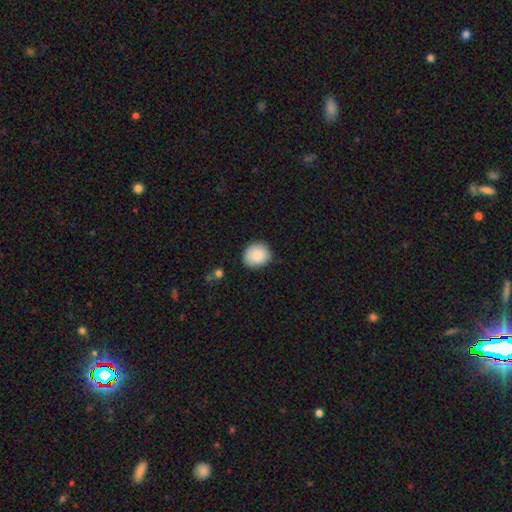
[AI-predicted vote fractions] This is clearly a smooth galaxy (87%). How rounded: likely round (78%). Merging: clearly none (85%).